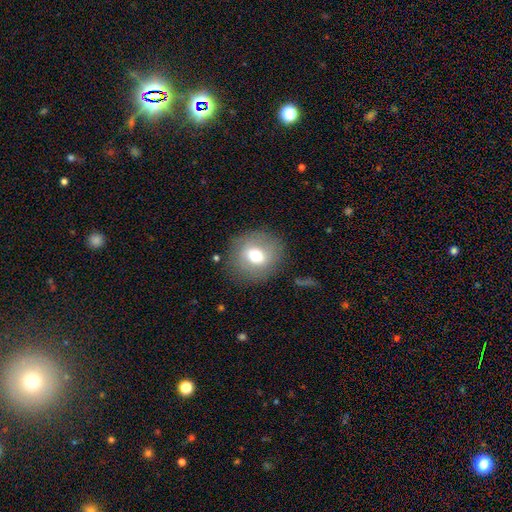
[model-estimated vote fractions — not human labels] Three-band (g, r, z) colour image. It shows a smooth galaxy with no disk features (66%) that is round (83%). Merging: none (82%).